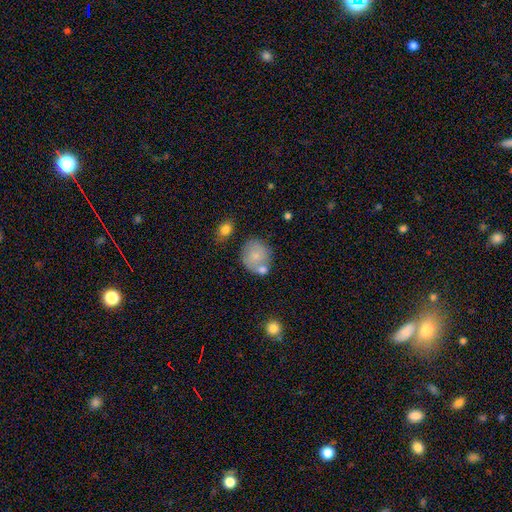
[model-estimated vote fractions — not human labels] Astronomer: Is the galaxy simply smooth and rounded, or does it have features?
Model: smooth — 74%.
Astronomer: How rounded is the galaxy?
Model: round — 73%.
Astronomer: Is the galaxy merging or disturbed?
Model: none — 54%.